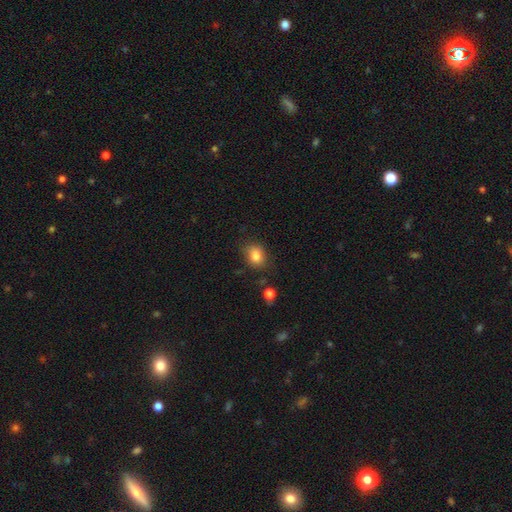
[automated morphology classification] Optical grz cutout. It shows a smooth galaxy with no disk features (83%) that is in between round and cigar-shaped (50%). Merging: none (78%).